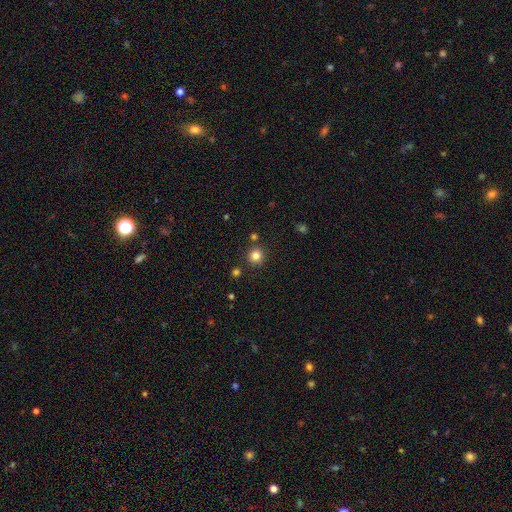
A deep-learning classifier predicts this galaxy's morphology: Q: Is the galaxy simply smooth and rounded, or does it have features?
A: smooth — 82%.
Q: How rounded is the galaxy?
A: round — 93%.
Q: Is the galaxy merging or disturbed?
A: none — 86%.